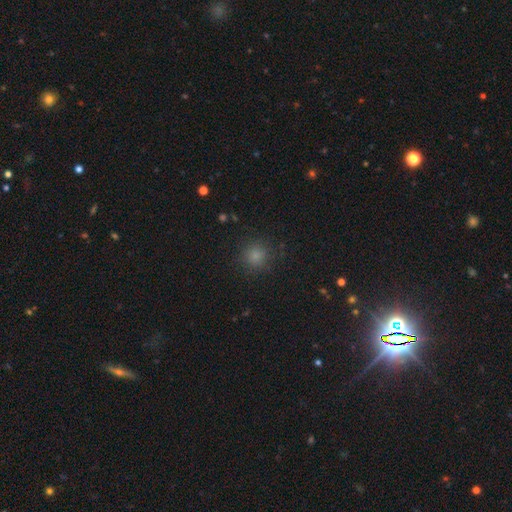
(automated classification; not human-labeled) This appears to be a smooth galaxy with no disk features (80%) that is round (91%). Merging: none (86%).